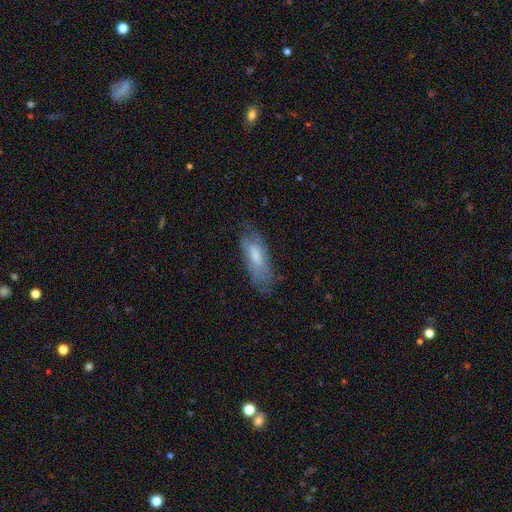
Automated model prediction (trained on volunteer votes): Morphology: type=smooth (57%); roundness=in between (61%); merging=none (57%).